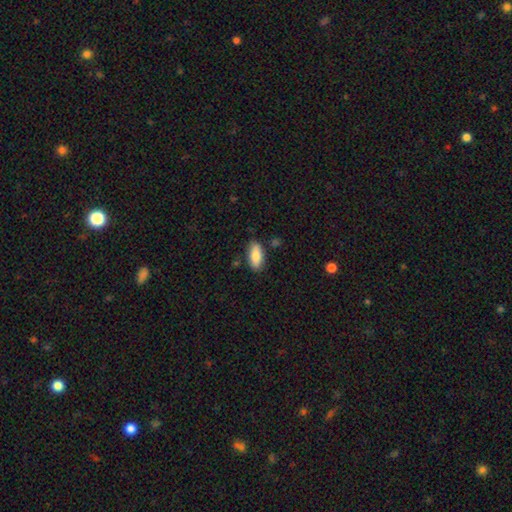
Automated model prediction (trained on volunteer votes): This appears to be a smooth galaxy with no disk features (84%) that is in between round and cigar-shaped (87%). Merging: none (82%).